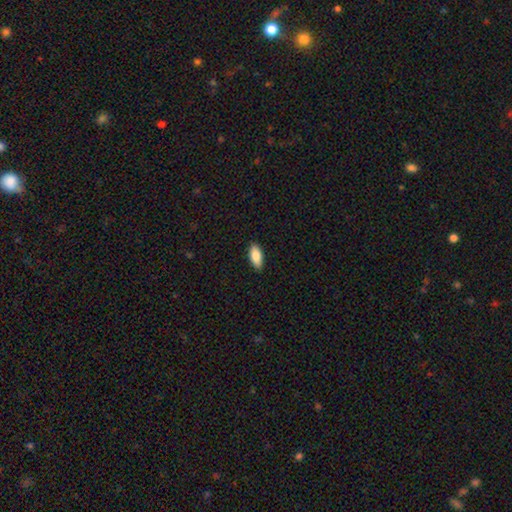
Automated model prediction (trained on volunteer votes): Overall: smooth (85%). How rounded: in between (84%). Merging: none (90%).